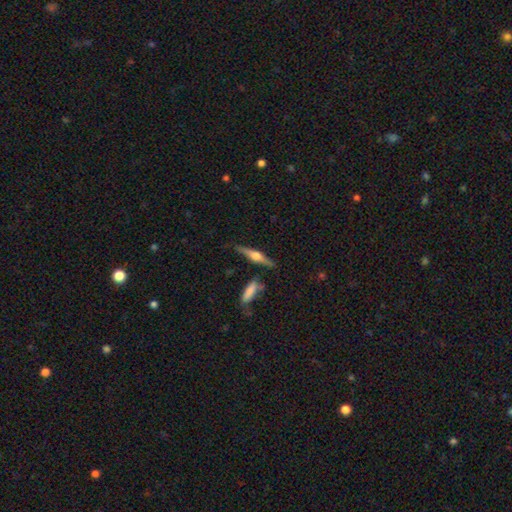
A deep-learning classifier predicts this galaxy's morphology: Smooth or featured? Predicted: featured or disk (p=0.70). Edge-on disk? Predicted: yes (p=0.97). Edge-on bulge? Predicted: rounded (p=0.91). Merging? Predicted: none (p=0.79).